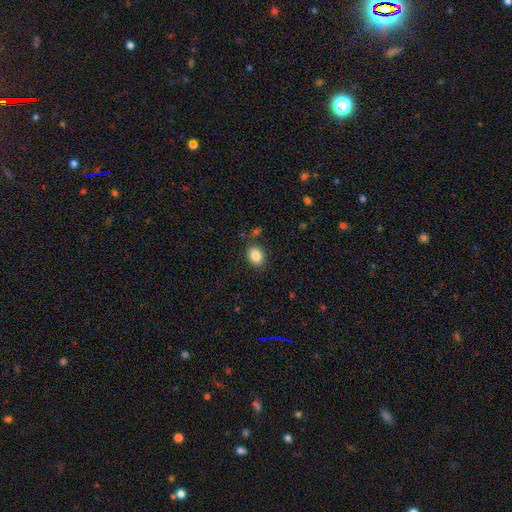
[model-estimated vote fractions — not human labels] This is clearly a smooth galaxy (86%). How rounded: likely in between (75%). Merging: clearly none (84%).